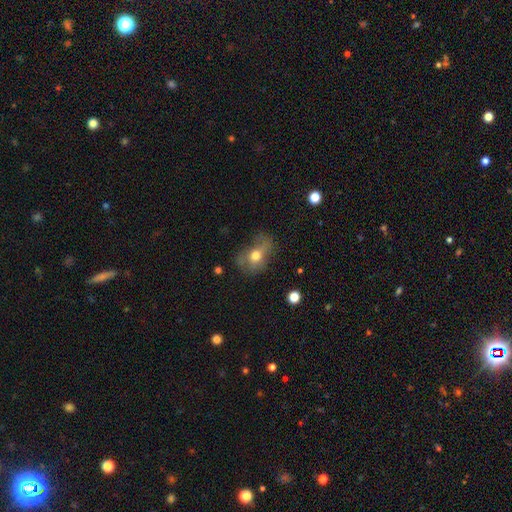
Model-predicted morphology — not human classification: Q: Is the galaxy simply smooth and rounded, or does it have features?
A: smooth — 54%.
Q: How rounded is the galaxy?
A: in between — 71%.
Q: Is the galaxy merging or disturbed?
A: none — 41%.